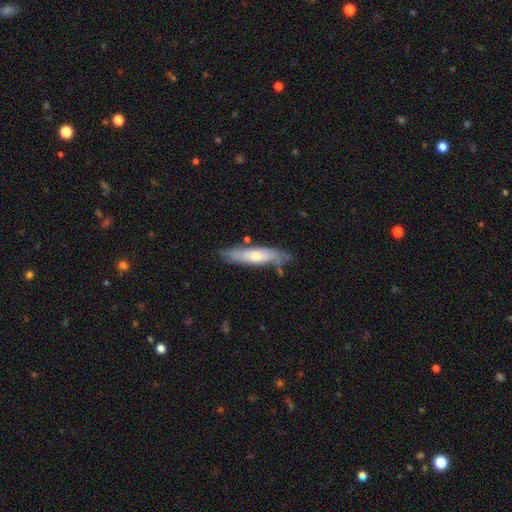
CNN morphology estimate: smooth_or_featured: smooth (p=0.51) [alt: featured or disk p=0.44]
how_rounded: cigar-shaped (p=0.74) [alt: in between p=0.24]
merging: none (p=0.69) [alt: minor disturbance p=0.21]